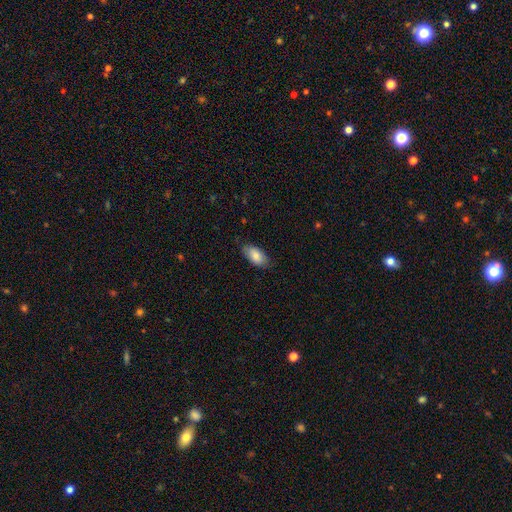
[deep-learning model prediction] smooth_or_featured: smooth (p=0.80) [alt: featured or disk p=0.14]
how_rounded: in between (p=0.93) [alt: cigar-shaped p=0.05]
merging: none (p=0.79) [alt: minor disturbance p=0.17]